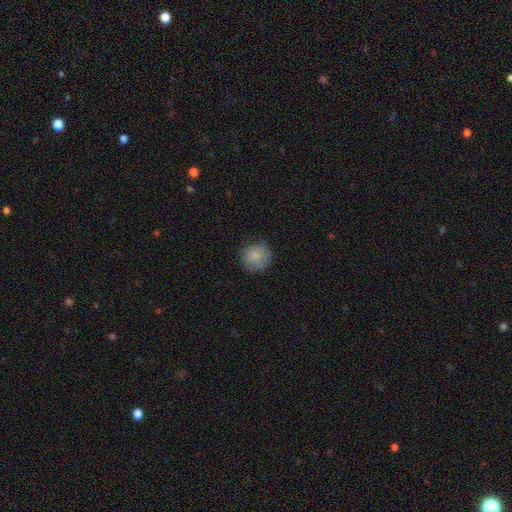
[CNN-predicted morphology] Q: Smooth or featured?
A: smooth (81%); runner-up: featured or disk (11%)
Q: How rounded?
A: round (91%); runner-up: in between (8%)
Q: Merging?
A: none (76%); runner-up: minor disturbance (18%)